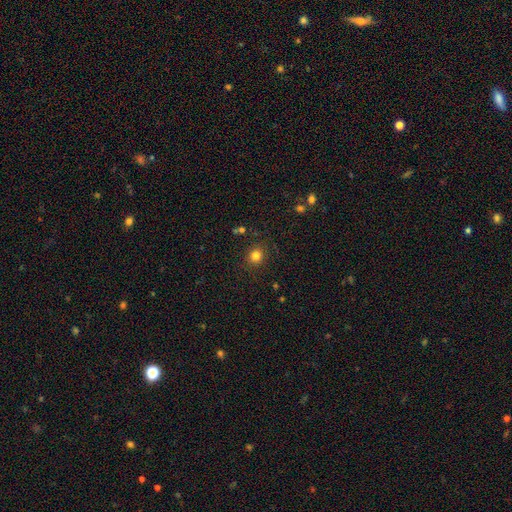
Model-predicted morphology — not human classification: A smooth galaxy with no disk features (81%) that is round (87%).

Vote fractions:
- Smooth or featured? smooth: 81% / star or artifact: 14% / featured or disk: 5%
- How rounded? round: 87% / in between: 12% / cigar-shaped: 1%
- Merging? none: 87% / minor disturbance: 8% / major disturbance: 3% / merger: 2%